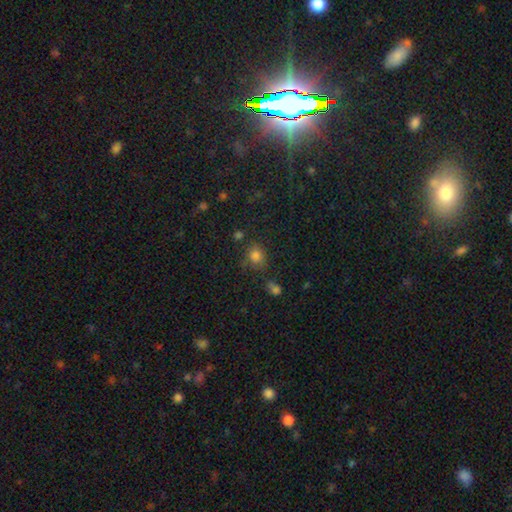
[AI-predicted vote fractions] A smooth galaxy with no disk features (78%) that is round (70%). Merging: none (68%).